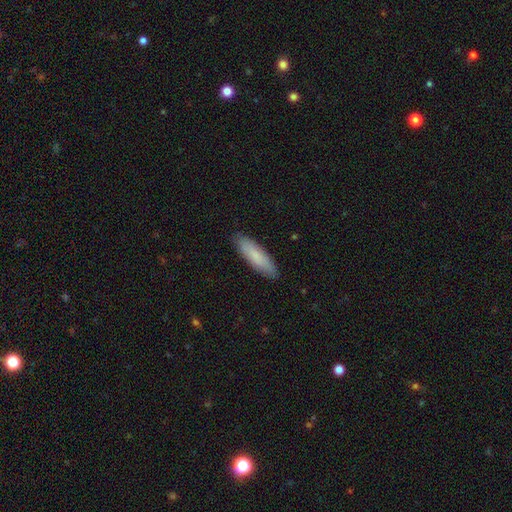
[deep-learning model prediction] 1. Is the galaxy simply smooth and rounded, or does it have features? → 82% smooth, 13% featured or disk, 6% star or artifact.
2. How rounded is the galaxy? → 59% cigar-shaped, 40% in between, 1% round.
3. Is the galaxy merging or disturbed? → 88% none, 9% minor disturbance, 2% major disturbance, 1% merger.